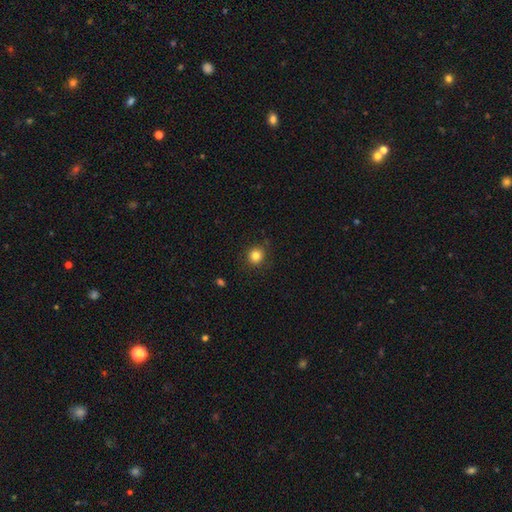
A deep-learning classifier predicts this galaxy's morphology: Smooth or featured: smooth — 83% (star or artifact — 12%)
How rounded: round — 90% (in between — 9%)
Merging: none — 88% (minor disturbance — 8%)